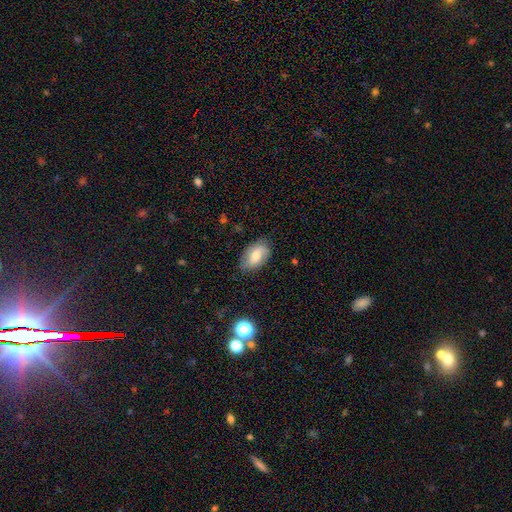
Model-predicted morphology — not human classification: smooth_or_featured: smooth (p=0.63) [alt: featured or disk p=0.29]
how_rounded: in between (p=0.91) [alt: round p=0.07]
merging: none (p=0.74) [alt: minor disturbance p=0.20]